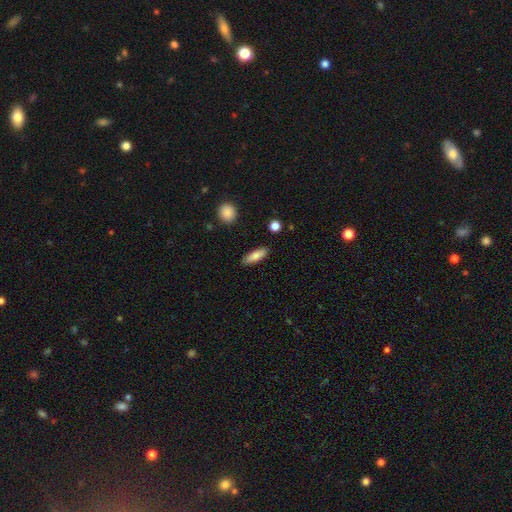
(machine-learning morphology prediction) Smooth or featured: smooth — 78% (featured or disk — 15%)
How rounded: in between — 52% (cigar-shaped — 45%)
Merging: none — 88% (minor disturbance — 9%)